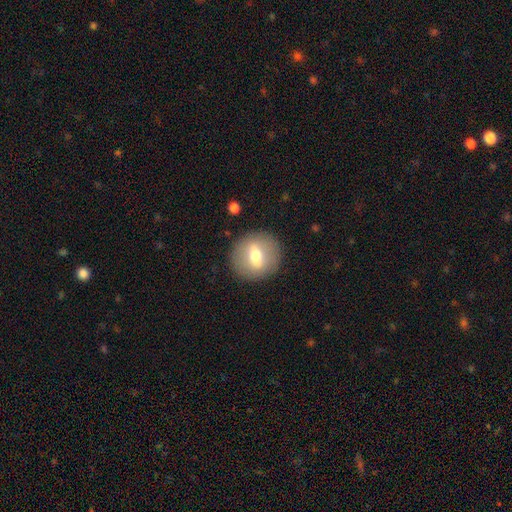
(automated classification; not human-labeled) smooth 53%, featured or disk 38%, star or artifact 8%. Down the decision tree: how rounded — round (86%); merging — none (88%).